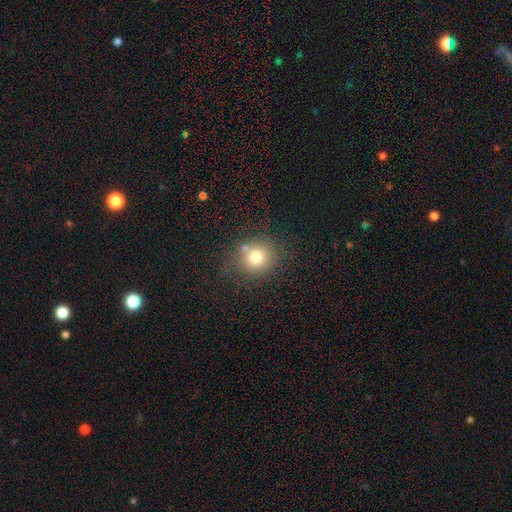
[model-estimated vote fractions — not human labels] Smooth or featured: smooth — 72% (star or artifact — 19%)
How rounded: round — 86% (in between — 13%)
Merging: none — 78% (minor disturbance — 10%)